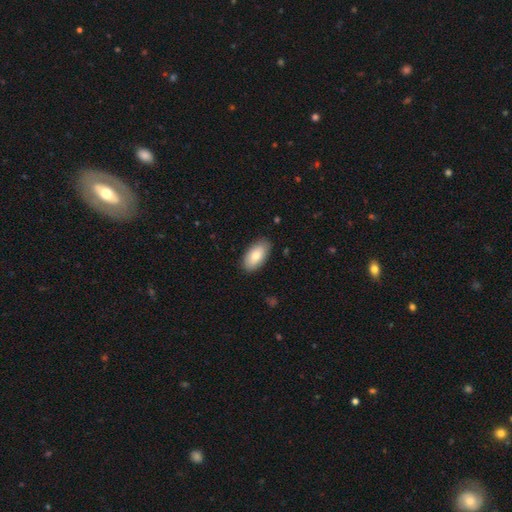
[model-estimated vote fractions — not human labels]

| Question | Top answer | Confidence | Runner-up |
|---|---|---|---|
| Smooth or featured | smooth | 82% | featured or disk (12%) |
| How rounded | in between | 94% | cigar-shaped (3%) |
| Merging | none | 86% | minor disturbance (11%) |